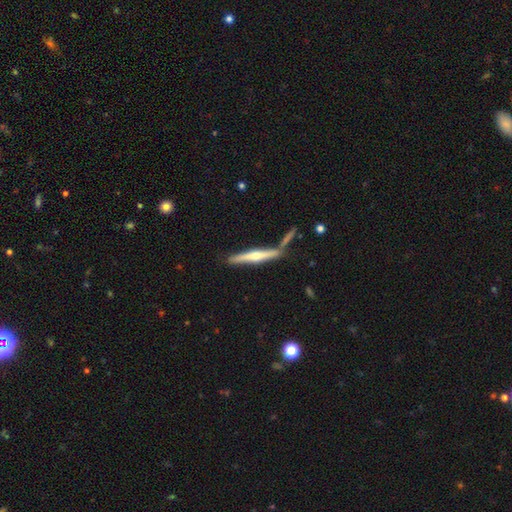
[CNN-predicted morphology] Q: Smooth or featured?
A: featured or disk (68%); runner-up: smooth (26%)
Q: Edge-on disk?
A: yes (96%); runner-up: no (4%)
Q: Edge-on bulge?
A: rounded (86%); runner-up: none (10%)
Q: Merging?
A: none (71%); runner-up: merger (13%)